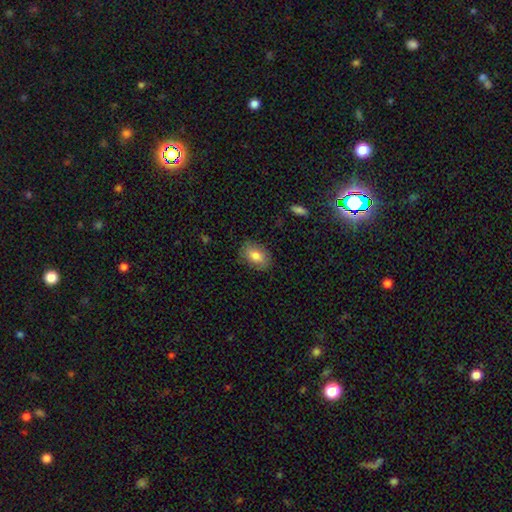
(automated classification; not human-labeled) Smooth or featured? smooth (79%)
How rounded? in between (85%)
Merging? none (82%)